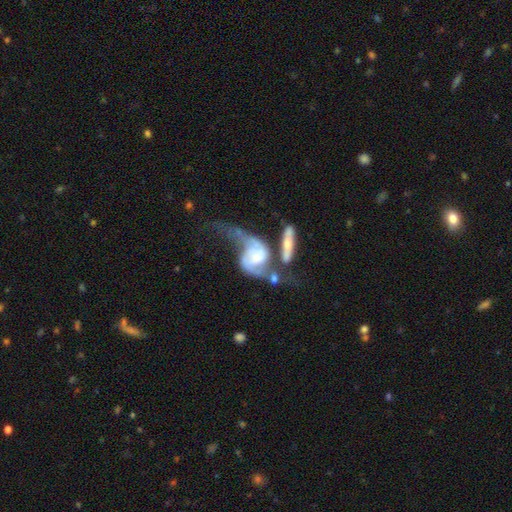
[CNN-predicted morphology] Smooth or featured? featured or disk (79%)
Edge-on disk? no (94%)
Bar? no (62%)
Spiral arms? yes (91%)
Spiral winding? loose (58%)
Spiral arm count? 2 (82%)
Bulge size? small (32%)
Merging? merger (37%)